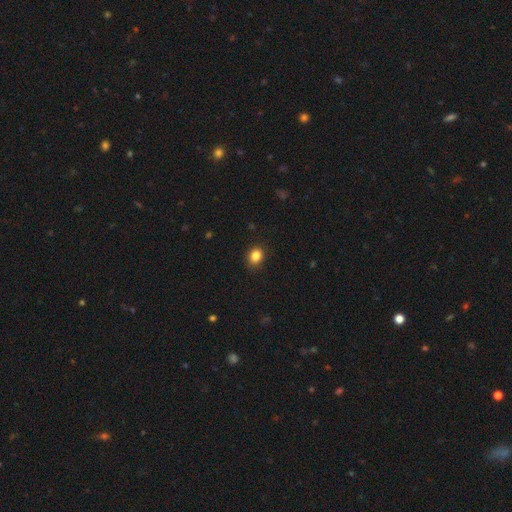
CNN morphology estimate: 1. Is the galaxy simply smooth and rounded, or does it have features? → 85% smooth, 10% star or artifact, 5% featured or disk.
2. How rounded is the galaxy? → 55% round, 44% in between, 1% cigar-shaped.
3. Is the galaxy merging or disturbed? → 86% none, 11% minor disturbance, 2% major disturbance, 1% merger.